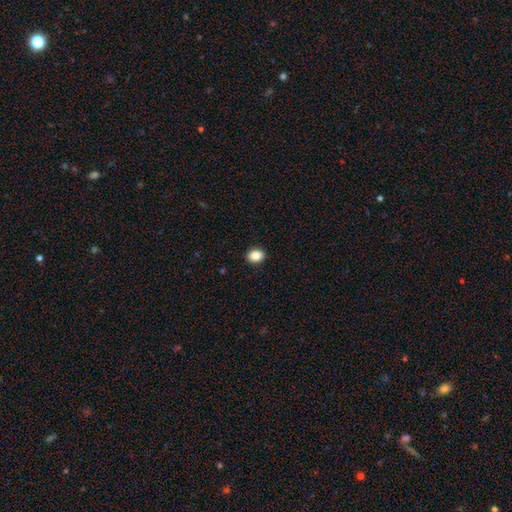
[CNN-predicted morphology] Smooth or featured?
  - smooth: 87% *
  - star or artifact: 9%
  - featured or disk: 4%
How rounded?
  - in between: 55% *
  - round: 44%
  - cigar-shaped: 1%
Merging?
  - none: 91% *
  - minor disturbance: 6%
  - major disturbance: 2%
  - merger: 1%